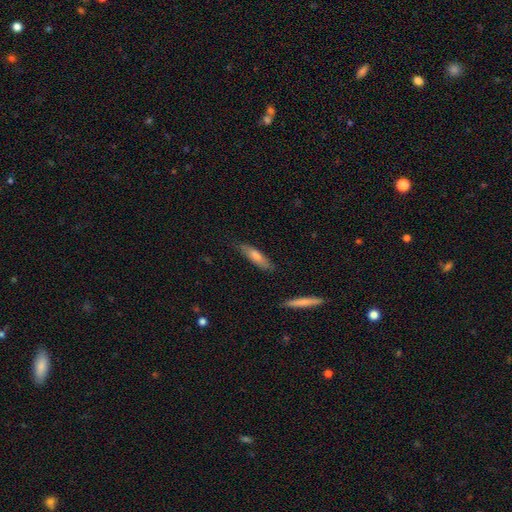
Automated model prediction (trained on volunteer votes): The model was most divided on "smooth or featured": smooth: 66%, featured or disk: 28%, star or artifact: 6%. More confident: merging — none (78%); how rounded — cigar-shaped (77%).